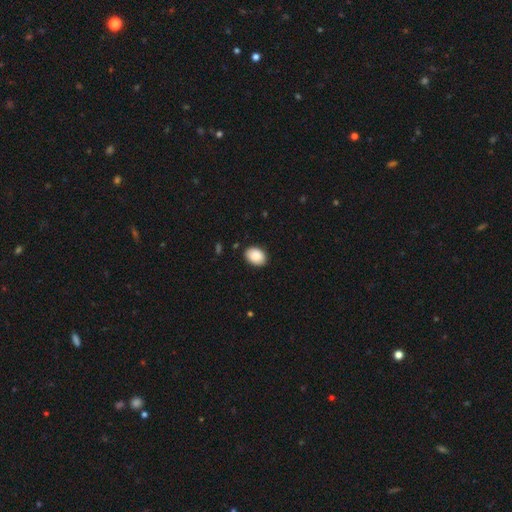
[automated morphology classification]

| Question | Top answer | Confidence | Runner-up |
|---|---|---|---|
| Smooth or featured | smooth | 90% | star or artifact (7%) |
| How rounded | in between | 77% | round (22%) |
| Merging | none | 88% | minor disturbance (9%) |